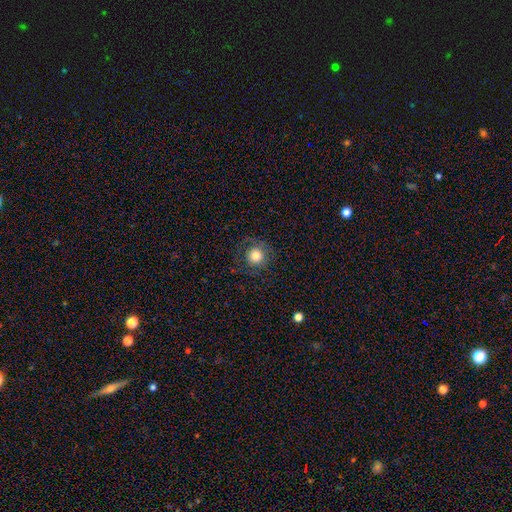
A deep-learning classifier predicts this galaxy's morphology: This appears to be a smooth galaxy with no disk features (77%) that is round (95%). Merging: none (78%).